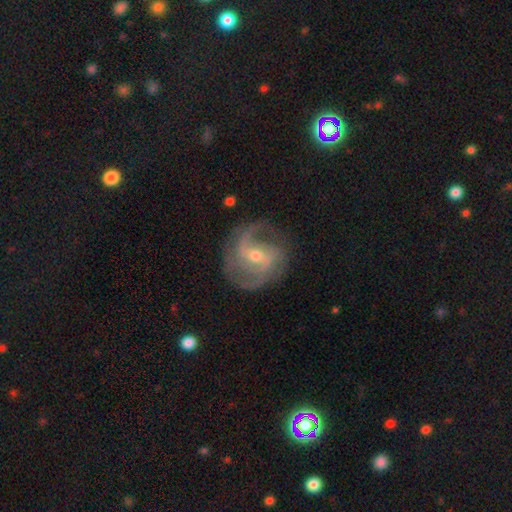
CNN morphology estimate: A featured or disk galaxy (88%) with a weak bar (48%), 2 (53%) medium (50%) spiral arms (97%) and a moderate central bulge (51%). Merging: none (75%).